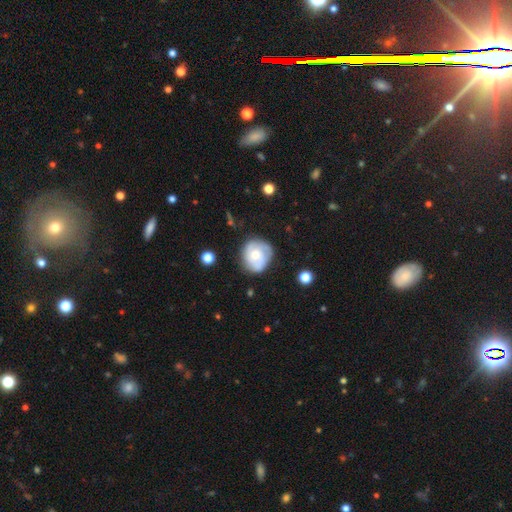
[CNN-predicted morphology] featured or disk 50%, smooth 43%, star or artifact 7%. Down the decision tree: edge-on disk — no (97%); merging — none (66%).